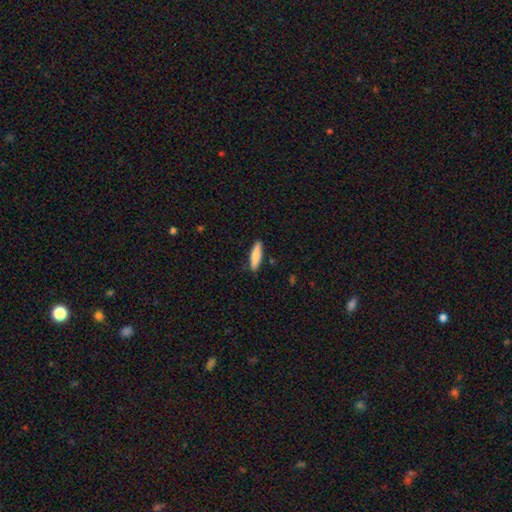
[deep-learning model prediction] This is clearly a smooth galaxy (80%). How rounded: likely cigar-shaped (74%). Merging: clearly none (88%).